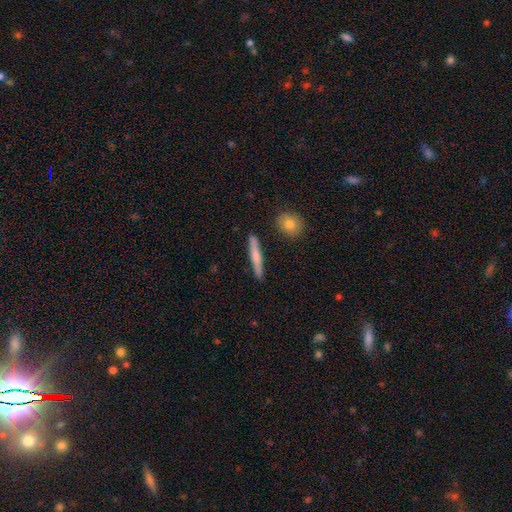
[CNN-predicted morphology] smooth 61%, featured or disk 33%, star or artifact 6%. Down the decision tree: how rounded — cigar-shaped (93%); merging — none (89%).